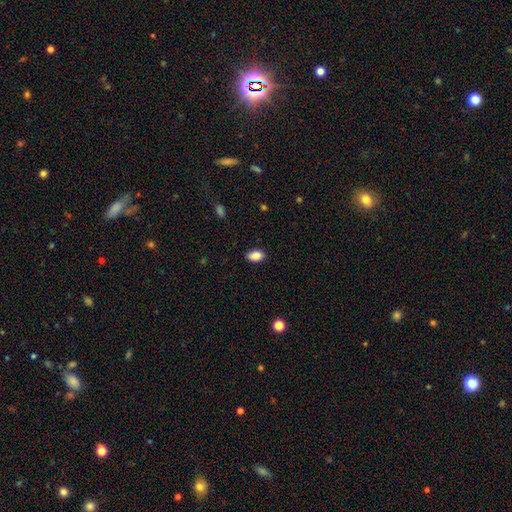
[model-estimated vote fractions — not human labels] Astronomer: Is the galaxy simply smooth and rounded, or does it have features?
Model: smooth — 89%.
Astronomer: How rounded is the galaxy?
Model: in between — 91%.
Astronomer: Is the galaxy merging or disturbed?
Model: none — 87%.